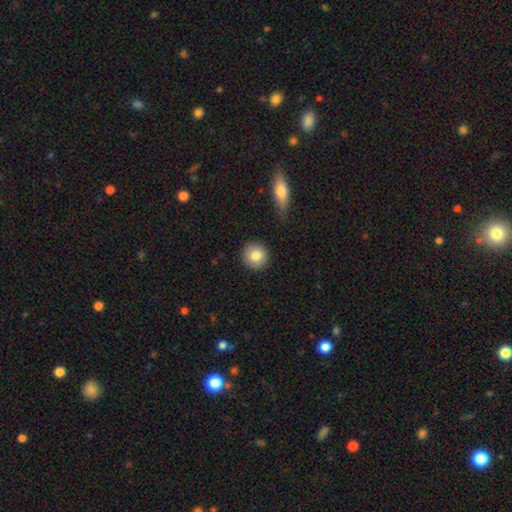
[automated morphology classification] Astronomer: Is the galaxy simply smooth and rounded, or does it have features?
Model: smooth — 82%.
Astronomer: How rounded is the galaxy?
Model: round — 94%.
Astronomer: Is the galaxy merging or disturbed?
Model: none — 88%.